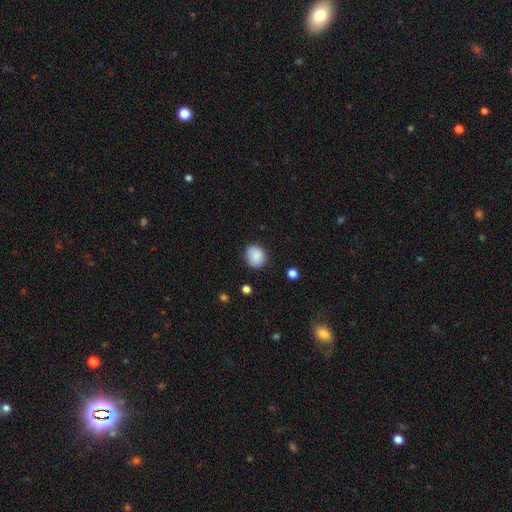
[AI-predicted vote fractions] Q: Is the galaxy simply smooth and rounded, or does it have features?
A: smooth — 87%.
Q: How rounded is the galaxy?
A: round — 70%.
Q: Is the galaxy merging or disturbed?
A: none — 82%.